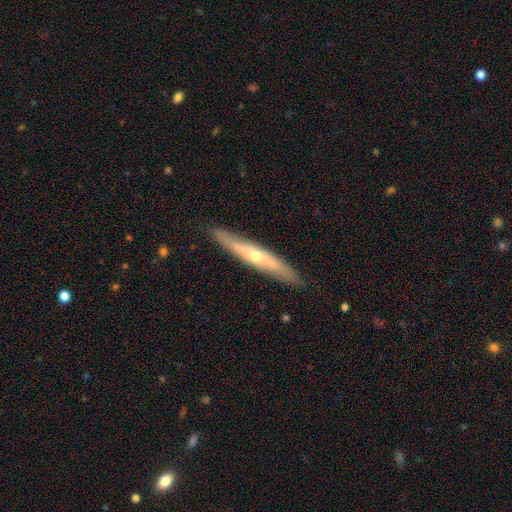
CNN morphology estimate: The model was most divided on "smooth or featured": featured or disk: 60%, smooth: 35%, star or artifact: 5%. More confident: merging — none (87%); edge-on disk — yes (81%).